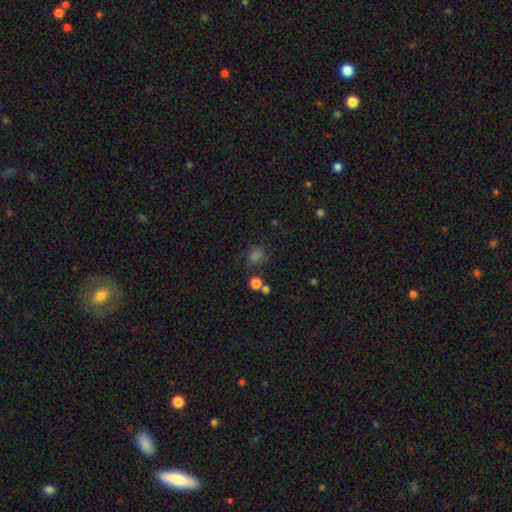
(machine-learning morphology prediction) type=smooth (69%); roundness=round (74%); merging=none (77%).